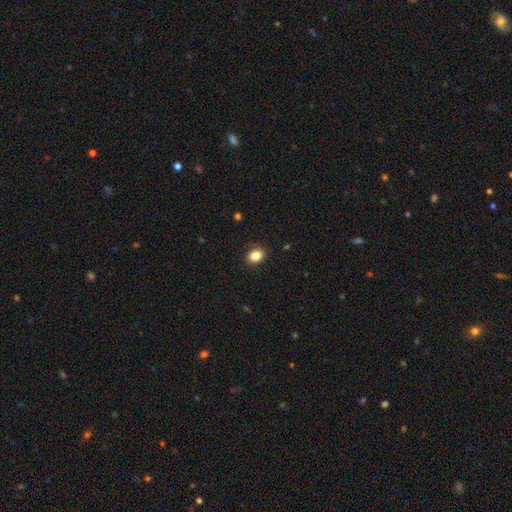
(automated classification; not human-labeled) Morphology: type=smooth (86%); roundness=in between (64%); merging=none (87%).